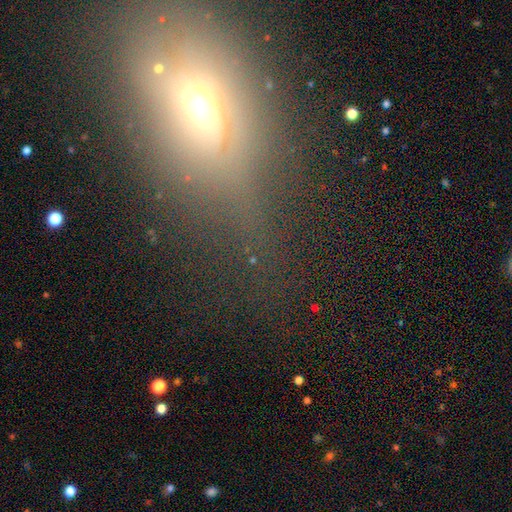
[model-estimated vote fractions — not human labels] A star or artifact, not a galaxy (37%).